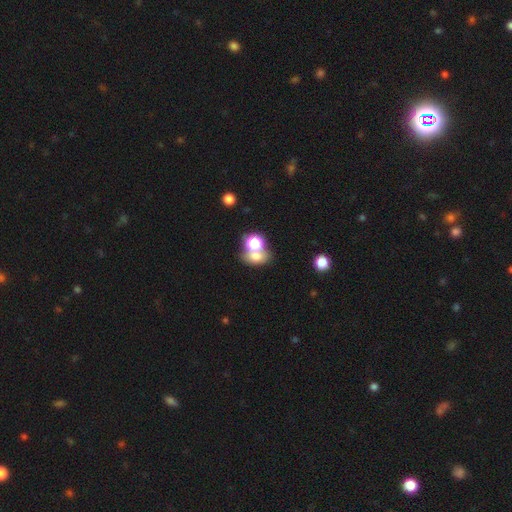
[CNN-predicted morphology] smooth-or-featured: smooth: 68% | star or artifact: 18% | featured or disk: 13%
  how-rounded: in between: 58% | round: 40% | cigar-shaped: 2%
  merging: merger: 43% | none: 40% | minor disturbance: 10% | major disturbance: 6%